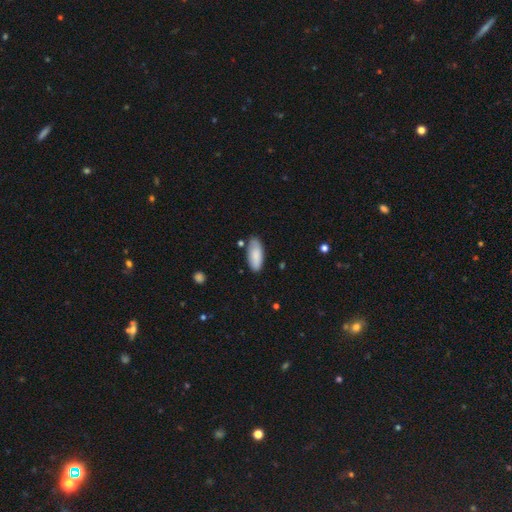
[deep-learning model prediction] The model was most divided on "merging": none: 77%, minor disturbance: 17%, merger: 3%, major disturbance: 3%. More confident: smooth or featured — smooth (85%); how rounded — in between (84%).